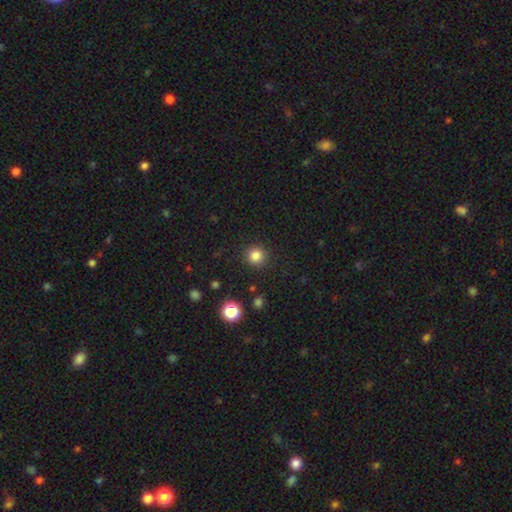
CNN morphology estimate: Smooth or featured?
  - smooth: 83% *
  - star or artifact: 12%
  - featured or disk: 4%
How rounded?
  - round: 94% *
  - in between: 5%
  - cigar-shaped: 1%
Merging?
  - none: 91% *
  - minor disturbance: 6%
  - major disturbance: 2%
  - merger: 1%